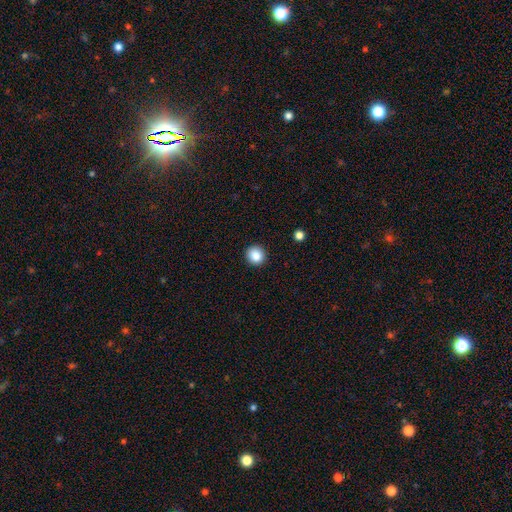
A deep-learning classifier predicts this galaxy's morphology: Overall: smooth (85%). How rounded: round (91%). Merging: none (92%).